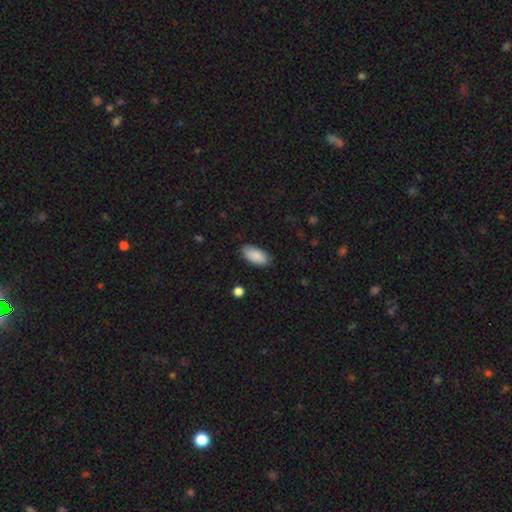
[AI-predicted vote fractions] This is clearly a smooth galaxy (89%). How rounded: clearly in between (93%). Merging: clearly none (86%).